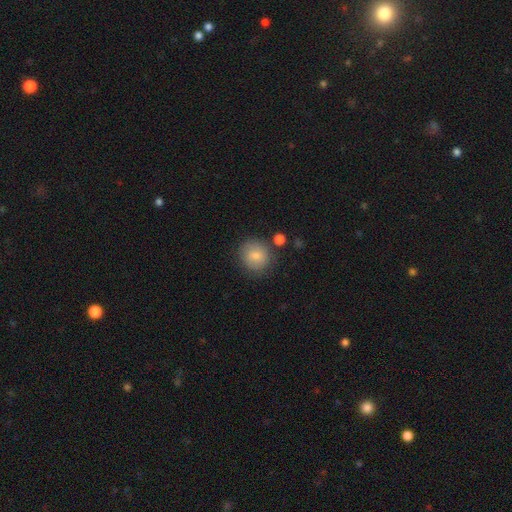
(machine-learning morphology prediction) smooth 79%, featured or disk 13%, star or artifact 8%. Down the decision tree: how rounded — round (88%); merging — none (77%).